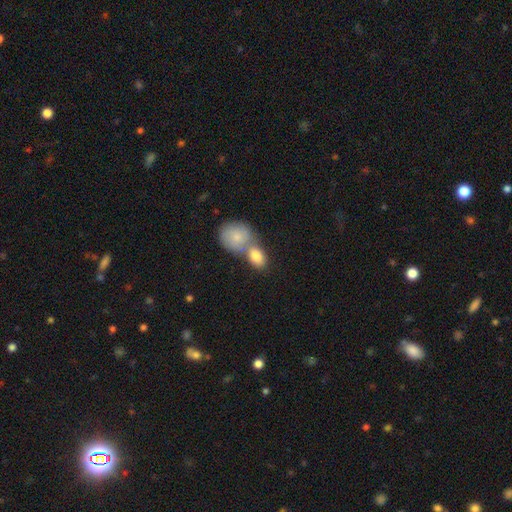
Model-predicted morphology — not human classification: Smooth or featured? Predicted: smooth (p=0.81). How rounded? Predicted: in between (p=0.67). Merging? Predicted: merger (p=0.58).